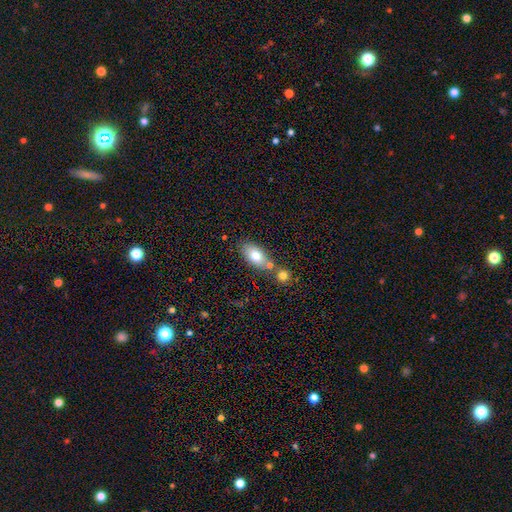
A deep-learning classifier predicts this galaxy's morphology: Overall: smooth (76%). How rounded: in between (88%). Merging: none (54%; merger 30%).